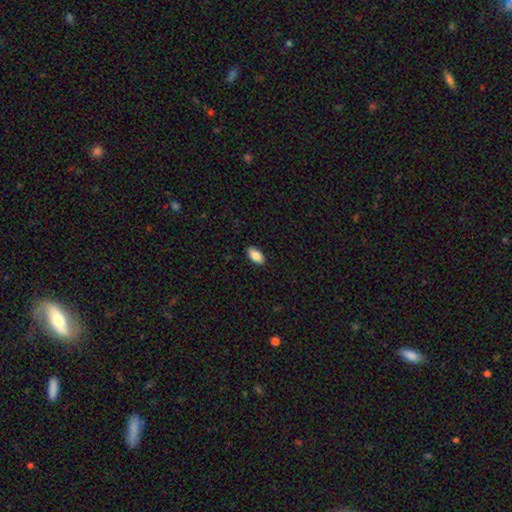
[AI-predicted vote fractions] smooth_or_featured: smooth (p=0.86) [alt: featured or disk p=0.07]
how_rounded: in between (p=0.93) [alt: cigar-shaped p=0.04]
merging: none (p=0.89) [alt: minor disturbance p=0.08]